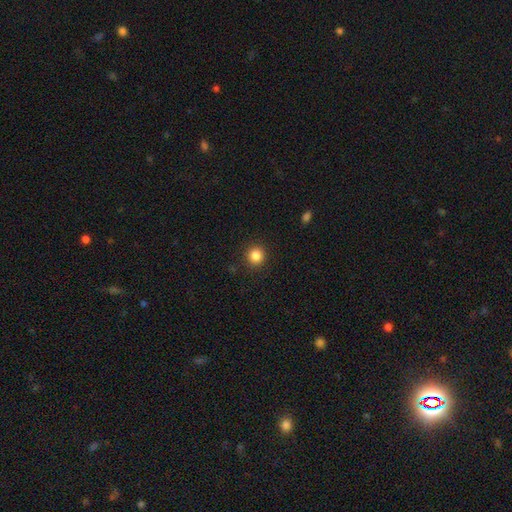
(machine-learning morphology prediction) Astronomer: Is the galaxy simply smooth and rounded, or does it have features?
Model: smooth — 85%.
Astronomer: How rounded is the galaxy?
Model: round — 93%.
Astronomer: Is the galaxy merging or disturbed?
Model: none — 91%.